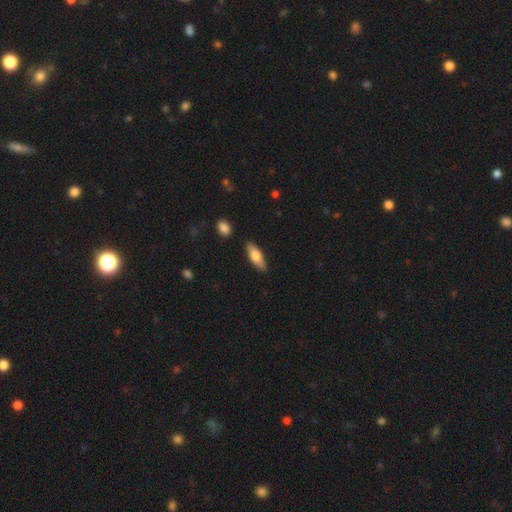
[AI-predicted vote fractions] Smooth or featured?
  - smooth: 67% *
  - featured or disk: 28%
  - star or artifact: 6%
How rounded?
  - in between: 60% *
  - cigar-shaped: 38%
  - round: 3%
Merging?
  - none: 86% *
  - minor disturbance: 10%
  - merger: 2%
  - major disturbance: 2%